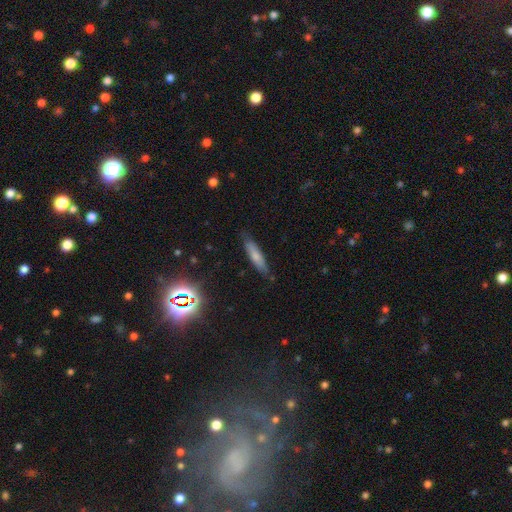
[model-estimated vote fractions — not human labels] smooth 67%, featured or disk 24%, star or artifact 9%. Down the decision tree: how rounded — cigar-shaped (77%); merging — none (79%).